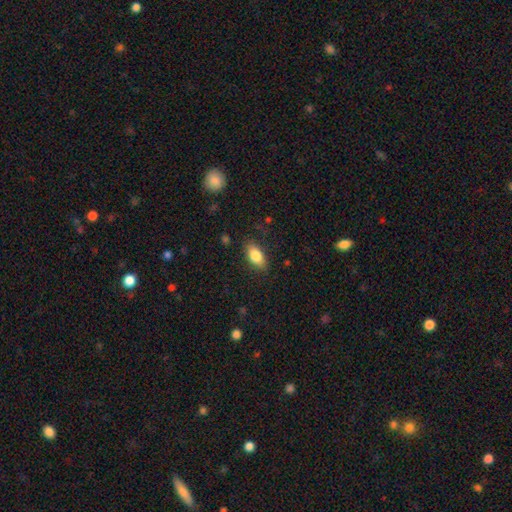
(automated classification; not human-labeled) Q: Smooth or featured?
A: smooth (82%); runner-up: featured or disk (10%)
Q: How rounded?
A: in between (88%); runner-up: cigar-shaped (7%)
Q: Merging?
A: none (84%); runner-up: minor disturbance (12%)